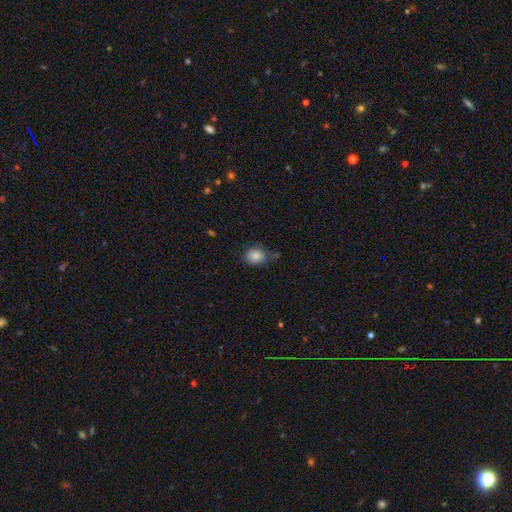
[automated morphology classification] Q: Smooth or featured?
A: smooth (85%); runner-up: star or artifact (9%)
Q: How rounded?
A: round (54%); runner-up: in between (45%)
Q: Merging?
A: none (65%); runner-up: minor disturbance (26%)